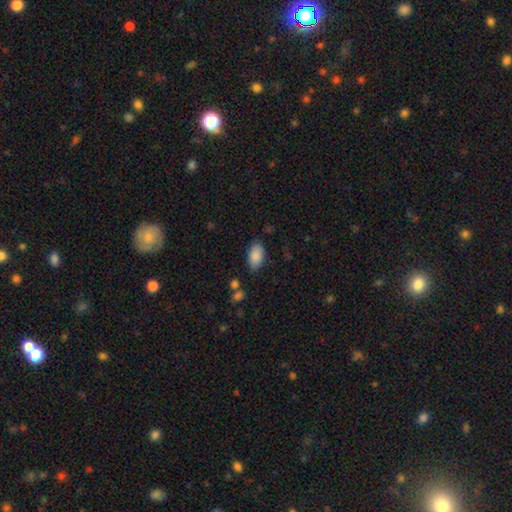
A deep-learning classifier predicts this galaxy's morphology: smooth_or_featured: smooth (p=0.87) [alt: star or artifact p=0.07]
how_rounded: in between (p=0.94) [alt: round p=0.04]
merging: none (p=0.78) [alt: minor disturbance p=0.16]